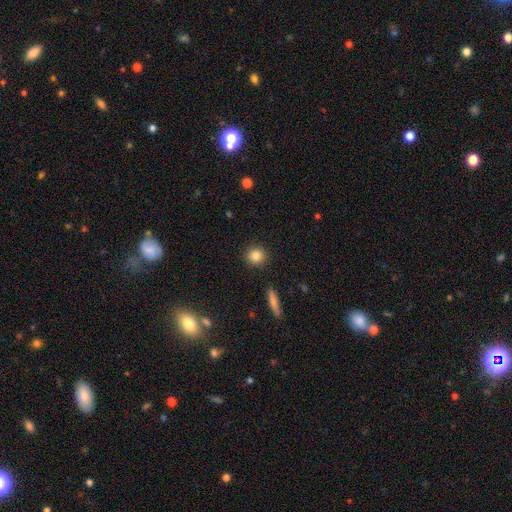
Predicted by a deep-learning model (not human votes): A smooth galaxy with no disk features (84%) that is round (86%). Merging: none (91%).